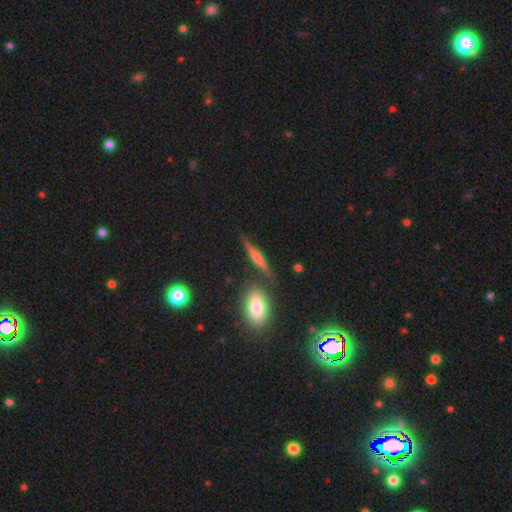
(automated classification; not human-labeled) A featured or disk galaxy (64%) viewed edge-on (95%) with a rounded central bulge (76%). Merging: none (81%).